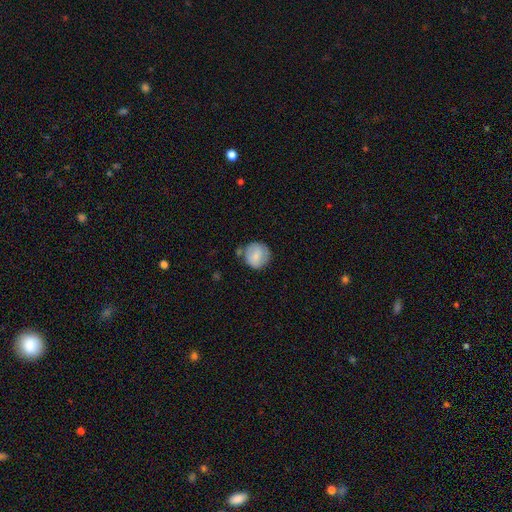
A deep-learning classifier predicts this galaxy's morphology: A smooth galaxy with no disk features (74%) that is round (90%). Merging: none (66%).